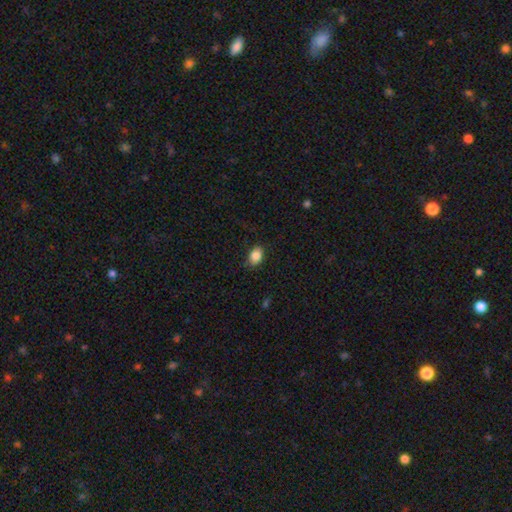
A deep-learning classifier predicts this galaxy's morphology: Smooth or featured: smooth — 86% (star or artifact — 9%)
How rounded: in between — 79% (round — 20%)
Merging: none — 80% (minor disturbance — 16%)